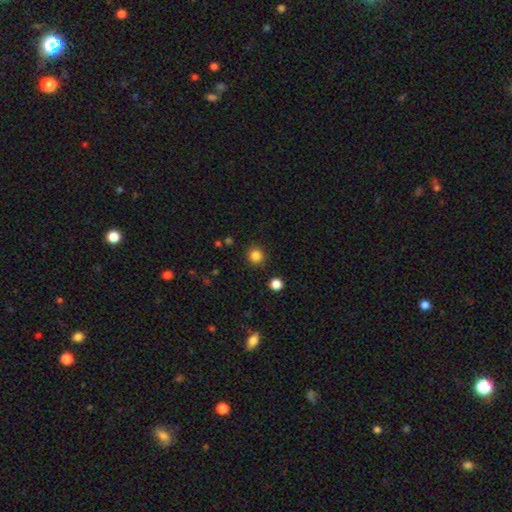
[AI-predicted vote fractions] Q: Smooth or featured?
A: smooth (84%); runner-up: star or artifact (12%)
Q: How rounded?
A: round (90%); runner-up: in between (9%)
Q: Merging?
A: none (88%); runner-up: minor disturbance (7%)